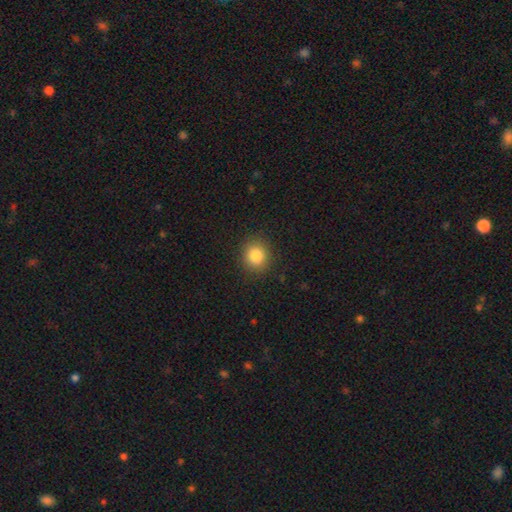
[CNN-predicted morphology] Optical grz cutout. It shows a smooth galaxy with no disk features (83%) that is round (84%). Merging: none (90%).